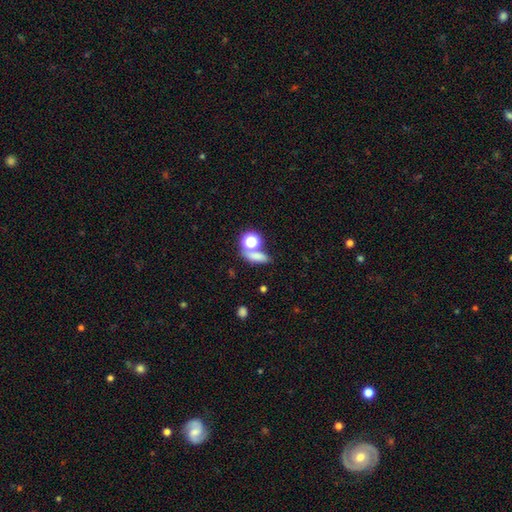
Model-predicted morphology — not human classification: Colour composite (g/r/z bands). It shows a smooth galaxy with no disk features (70%) that is in between round and cigar-shaped (47%). Merging: none (54%).